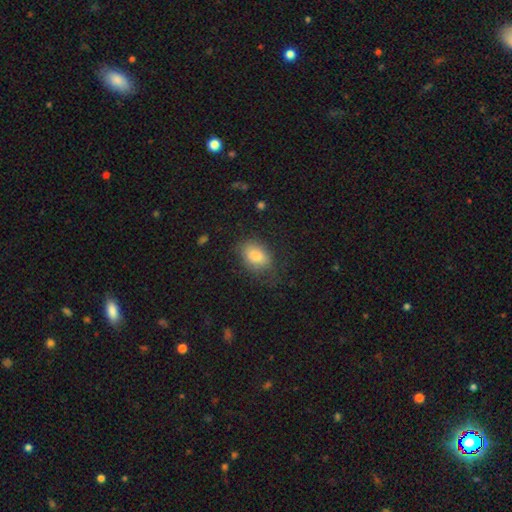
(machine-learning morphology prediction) A smooth galaxy with no disk features (82%) that is in between round and cigar-shaped (84%).

Vote fractions:
- Smooth or featured? smooth: 82% / featured or disk: 10% / star or artifact: 8%
- How rounded? in between: 84% / round: 15% / cigar-shaped: 2%
- Merging? none: 68% / minor disturbance: 22% / major disturbance: 8% / merger: 1%